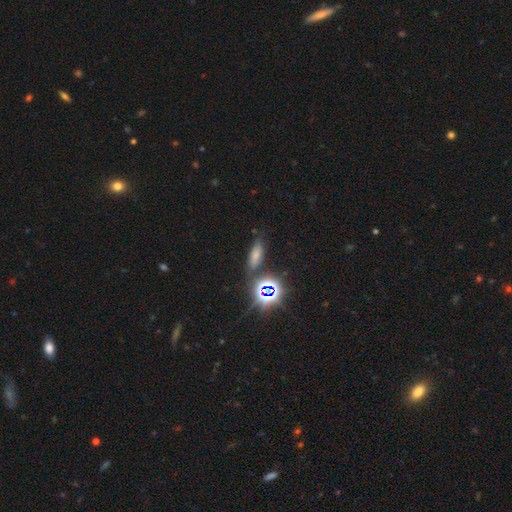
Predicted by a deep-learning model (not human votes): A smooth galaxy with no disk features (55%) that is in between round and cigar-shaped (65%). Merging: none (75%).